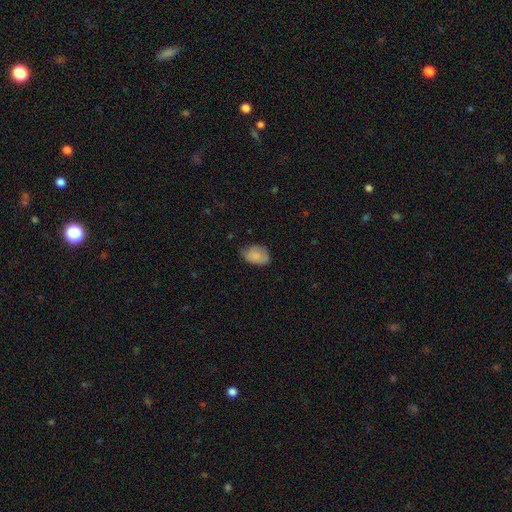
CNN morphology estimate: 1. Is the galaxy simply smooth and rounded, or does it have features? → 81% smooth, 11% featured or disk, 8% star or artifact.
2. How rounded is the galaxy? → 84% in between, 15% round, 1% cigar-shaped.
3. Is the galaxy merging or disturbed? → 53% none, 36% minor disturbance, 9% major disturbance, 2% merger.